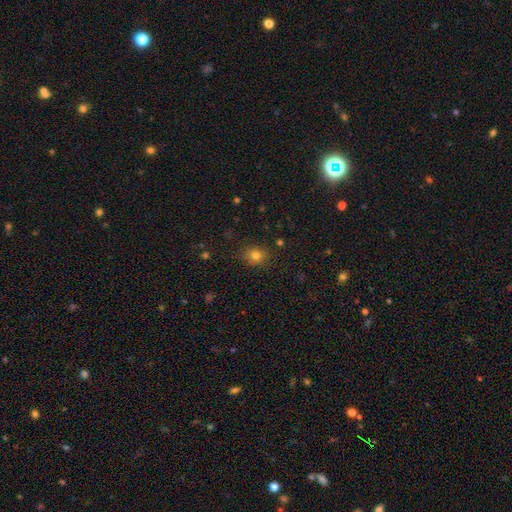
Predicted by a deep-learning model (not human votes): A smooth galaxy with no disk features (79%) that is round (66%).

Vote fractions:
- Smooth or featured? smooth: 79% / star or artifact: 15% / featured or disk: 7%
- How rounded? round: 66% / in between: 33% / cigar-shaped: 1%
- Merging? none: 85% / minor disturbance: 11% / major disturbance: 3% / merger: 1%